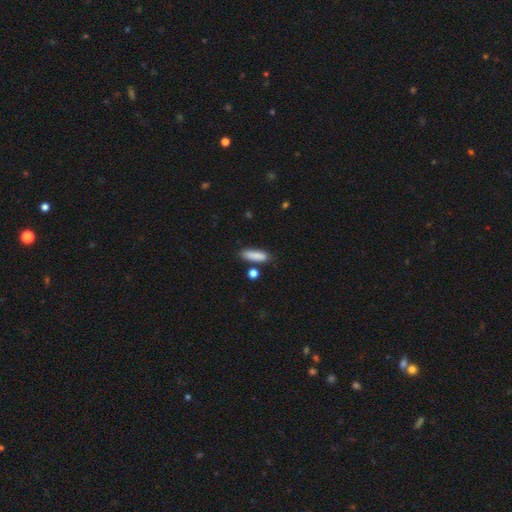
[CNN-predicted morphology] smooth-or-featured: smooth: 87% | star or artifact: 7% | featured or disk: 6%
  how-rounded: cigar-shaped: 53% | in between: 44% | round: 3%
  merging: none: 78% | minor disturbance: 13% | merger: 6% | major disturbance: 3%